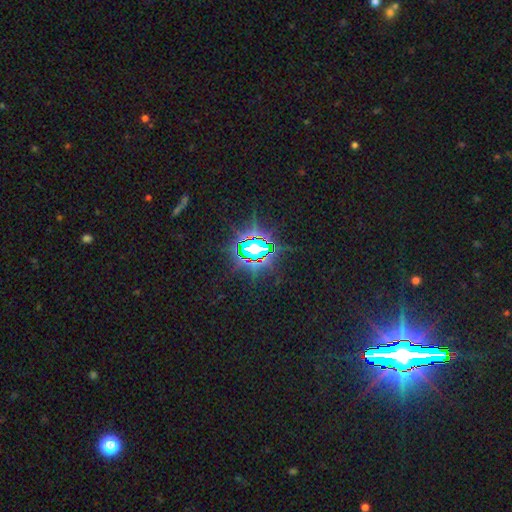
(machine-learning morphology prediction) The model was most divided on "smooth or featured": star or artifact: 83%, smooth: 9%, featured or disk: 8%.